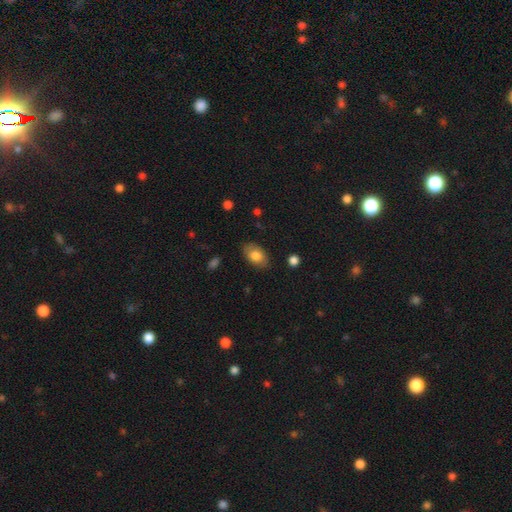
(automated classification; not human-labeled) Smooth or featured: smooth — 78% (featured or disk — 15%)
How rounded: in between — 89% (round — 9%)
Merging: none — 82% (minor disturbance — 14%)